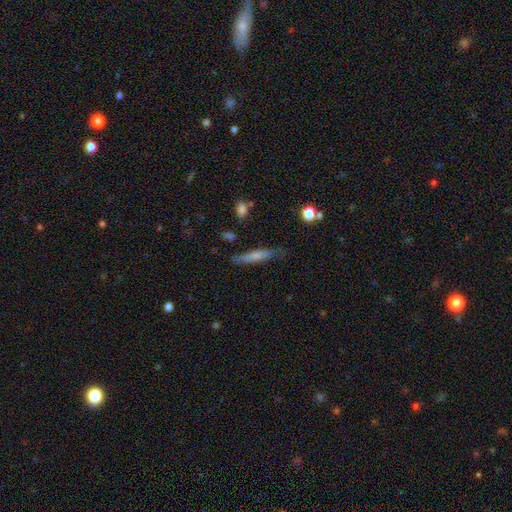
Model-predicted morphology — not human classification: smooth_or_featured: smooth (p=0.56) [alt: featured or disk p=0.37]
how_rounded: cigar-shaped (p=0.86) [alt: in between p=0.12]
merging: none (p=0.73) [alt: minor disturbance p=0.20]